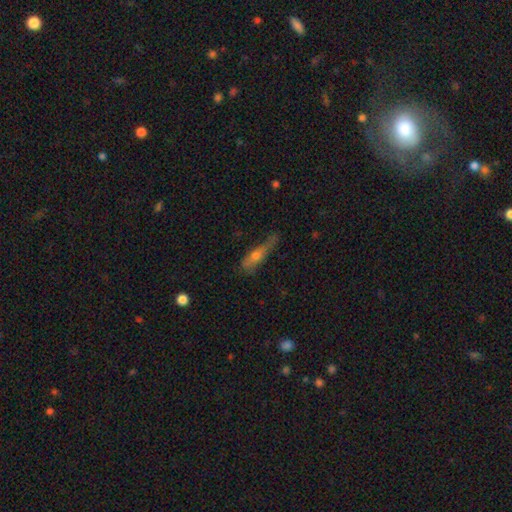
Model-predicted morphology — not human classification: smooth 53%, featured or disk 39%, star or artifact 9%. Down the decision tree: how rounded — cigar-shaped (65%); merging — none (41%).